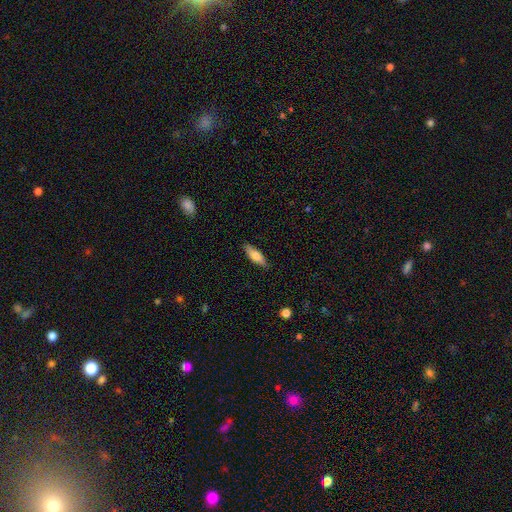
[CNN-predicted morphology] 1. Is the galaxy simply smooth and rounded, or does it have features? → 71% smooth, 23% featured or disk, 6% star or artifact.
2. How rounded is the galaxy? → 49% in between (tied), 49% cigar-shaped (tied), 2% round.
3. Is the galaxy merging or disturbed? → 86% none, 10% minor disturbance, 2% major disturbance, 1% merger.